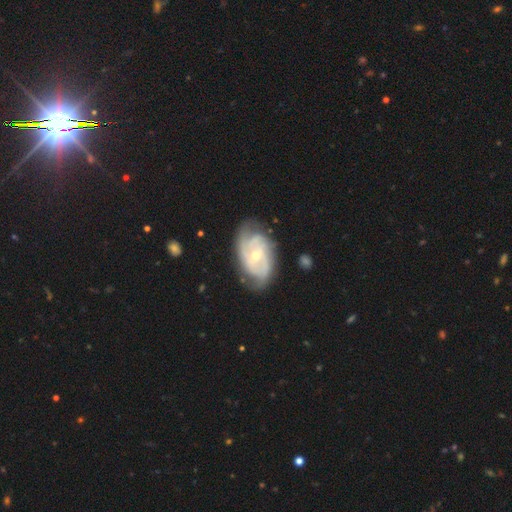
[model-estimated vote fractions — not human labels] This is clearly a featured or disk galaxy (86%). It is clearly not viewed edge-on (97%). Bar: possibly no (48%). Spiral arm pattern: clearly yes (95%). Spiral arm count: marginally 2 (40%). Spiral winding: possibly tight (52%). Central bulge: possibly small (56%). Merging: likely none (71%).